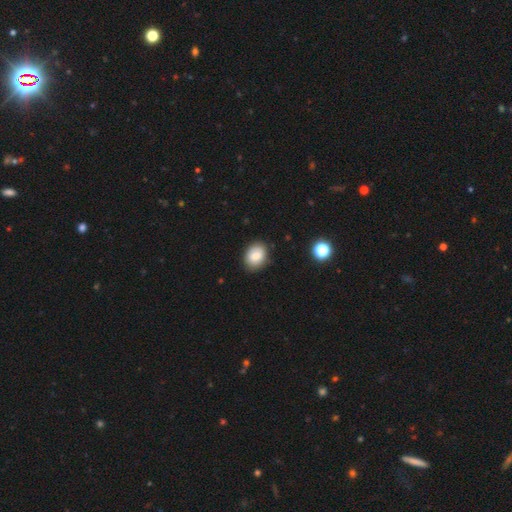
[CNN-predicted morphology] The model was most divided on "how rounded": in between: 65%, round: 34%, cigar-shaped: 1%. More confident: merging — none (84%); smooth or featured — smooth (84%).